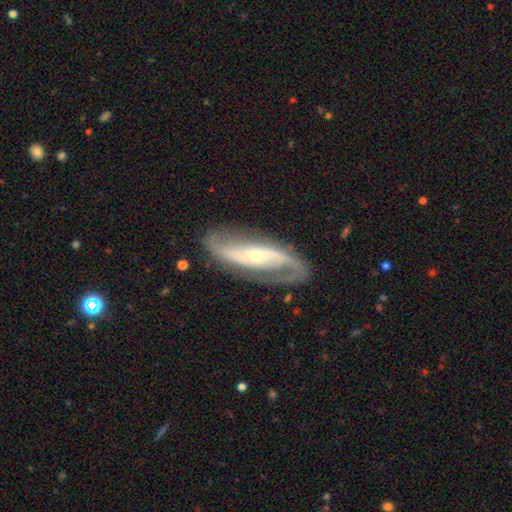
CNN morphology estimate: Smooth or featured? Predicted: featured or disk (p=0.88). Edge-on disk? Predicted: no (p=0.91). Bar? Predicted: no (p=0.40). Spiral arms? Predicted: yes (p=0.94). Spiral winding? Predicted: loose (p=0.43). Spiral arm count? Predicted: 2 (p=0.90). Bulge size? Predicted: small (p=0.66). Merging? Predicted: none (p=0.77).